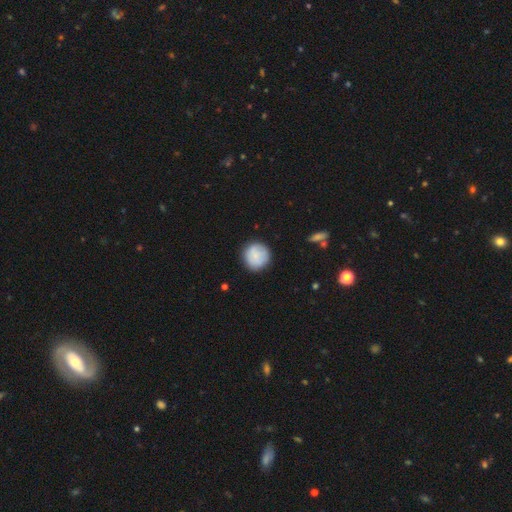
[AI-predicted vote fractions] Smooth or featured: smooth — 80% (featured or disk — 13%)
How rounded: round — 94% (in between — 5%)
Merging: none — 85% (minor disturbance — 10%)